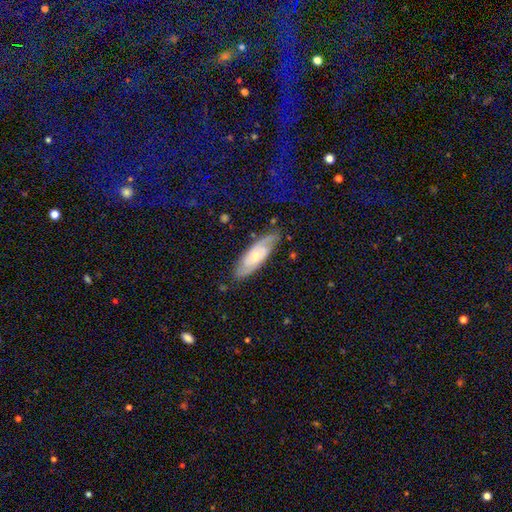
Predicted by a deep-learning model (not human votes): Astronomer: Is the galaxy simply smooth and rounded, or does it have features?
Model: featured or disk — 67%.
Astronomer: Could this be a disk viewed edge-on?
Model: no — 84%.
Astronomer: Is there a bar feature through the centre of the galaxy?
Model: no — 68%.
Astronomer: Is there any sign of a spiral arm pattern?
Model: yes — 90%.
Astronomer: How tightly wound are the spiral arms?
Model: tight — 50% (runner-up: medium, 39%).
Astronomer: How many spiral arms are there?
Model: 2 — 63%.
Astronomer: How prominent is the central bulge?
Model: small — 54% (runner-up: moderate, 38%).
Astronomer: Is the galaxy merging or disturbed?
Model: none — 77%.